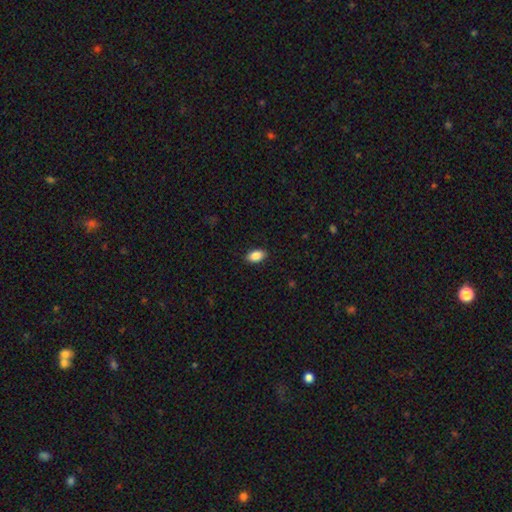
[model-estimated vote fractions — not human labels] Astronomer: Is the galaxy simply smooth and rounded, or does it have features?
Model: smooth — 88%.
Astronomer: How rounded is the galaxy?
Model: in between — 92%.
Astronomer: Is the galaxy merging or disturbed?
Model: none — 88%.